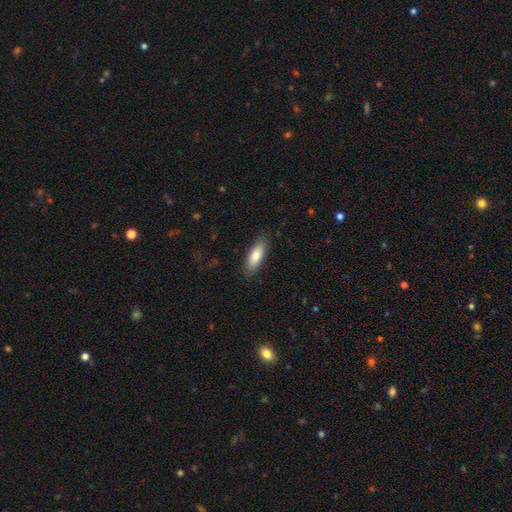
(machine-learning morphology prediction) type=smooth (76%); roundness=in between (67%); merging=none (85%).